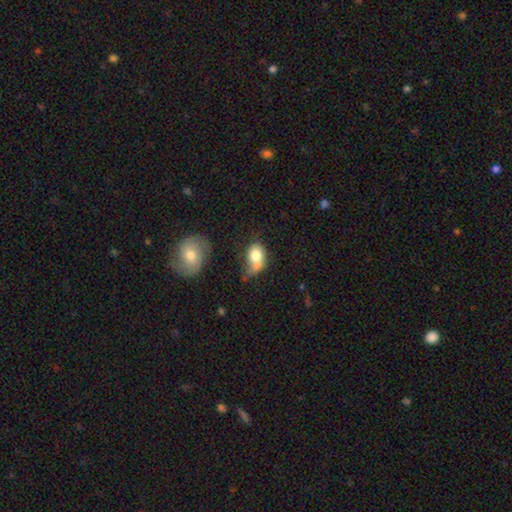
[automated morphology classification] Overall: smooth (71%). How rounded: in between (69%; round 30%). Merging: merger (32%; major disturbance 23%).